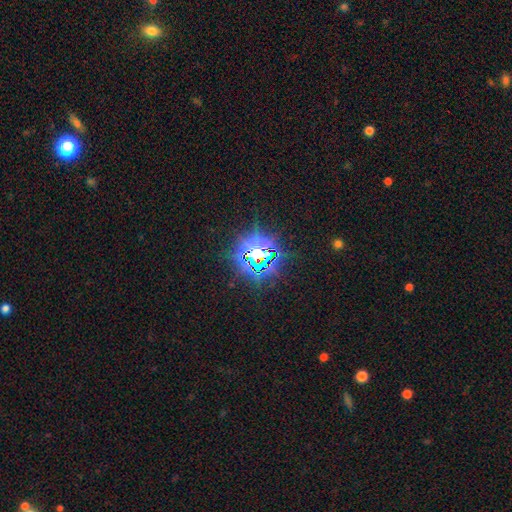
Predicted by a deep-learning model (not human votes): Smooth or featured?
  - star or artifact: 81% *
  - smooth: 11%
  - featured or disk: 8%